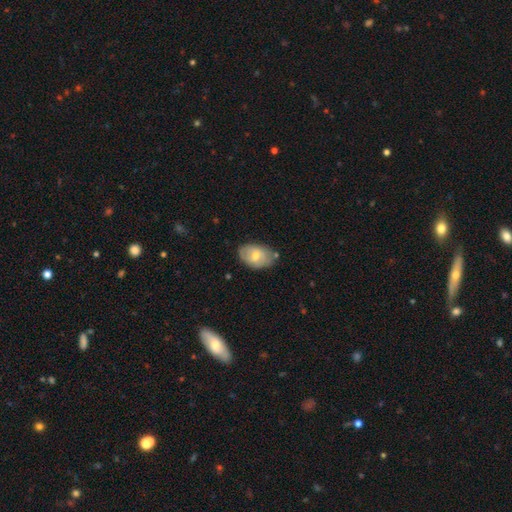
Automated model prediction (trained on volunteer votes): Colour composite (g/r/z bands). It shows a smooth galaxy with no disk features (54%) that is in between round and cigar-shaped (88%). Merging: none (65%).